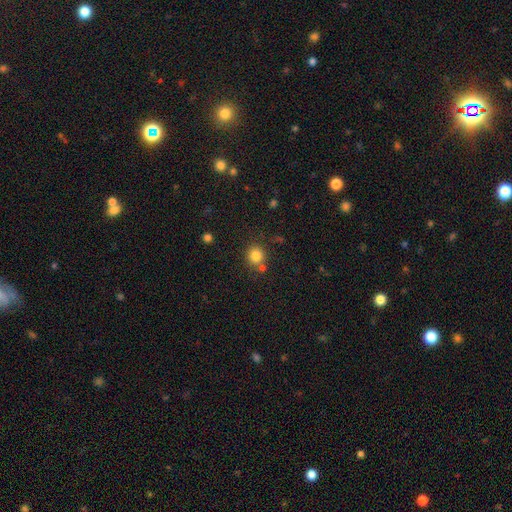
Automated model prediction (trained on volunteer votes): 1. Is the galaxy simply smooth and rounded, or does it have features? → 82% smooth, 12% star or artifact, 6% featured or disk.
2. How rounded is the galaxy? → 88% round, 11% in between, 1% cigar-shaped.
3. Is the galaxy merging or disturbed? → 73% none, 13% merger, 10% minor disturbance, 4% major disturbance.